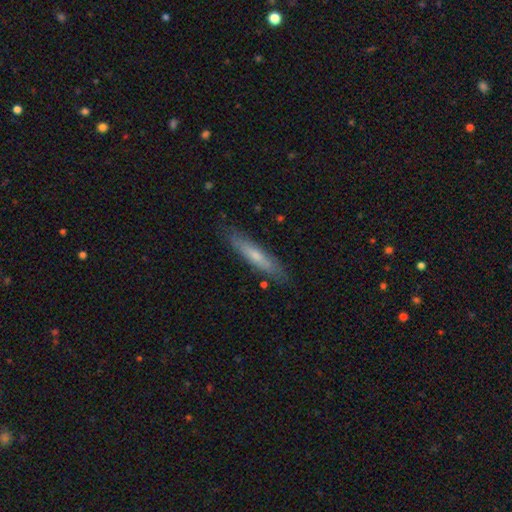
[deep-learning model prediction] This appears to be a smooth galaxy with no disk features (56%) that is cigar-shaped (88%). Merging: none (83%).